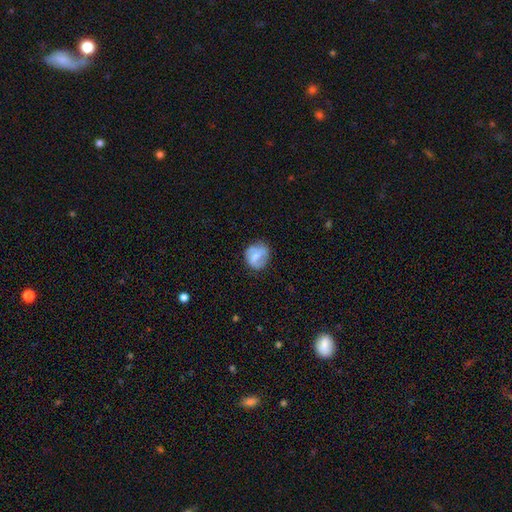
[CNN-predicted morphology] smooth-or-featured: smooth: 53% | featured or disk: 39% | star or artifact: 8%
  how-rounded: round: 72% | in between: 26% | cigar-shaped: 1%
  merging: none: 68% | minor disturbance: 22% | major disturbance: 8% | merger: 2%